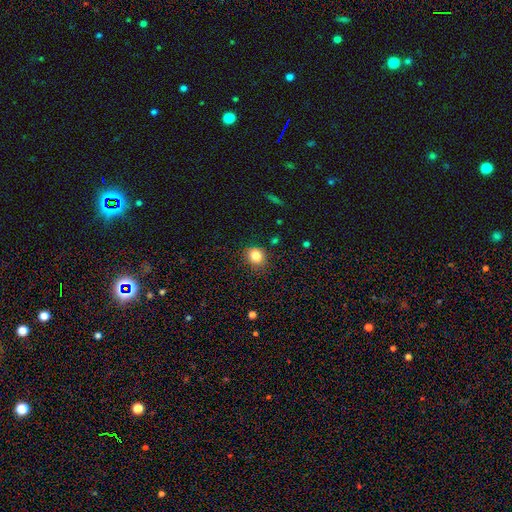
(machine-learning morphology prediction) The model was most divided on "how rounded": round: 74%, in between: 25%, cigar-shaped: 1%. More confident: merging — none (84%); smooth or featured — smooth (82%).